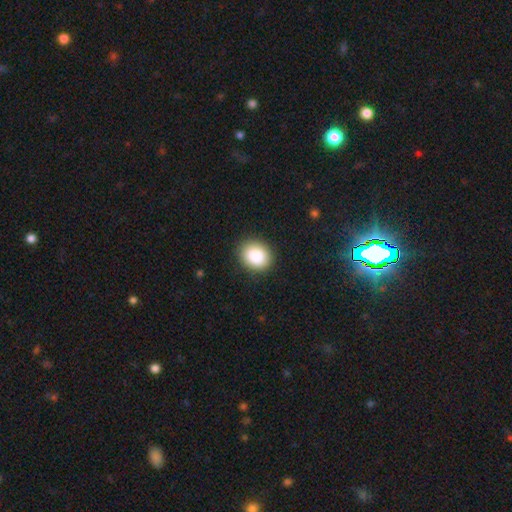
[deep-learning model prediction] A smooth galaxy with no disk features (87%) that is round (62%).

Vote fractions:
- Smooth or featured? smooth: 87% / star or artifact: 8% / featured or disk: 5%
- How rounded? round: 62% / in between: 38% / cigar-shaped: 1%
- Merging? none: 89% / minor disturbance: 8% / major disturbance: 2% / merger: 1%